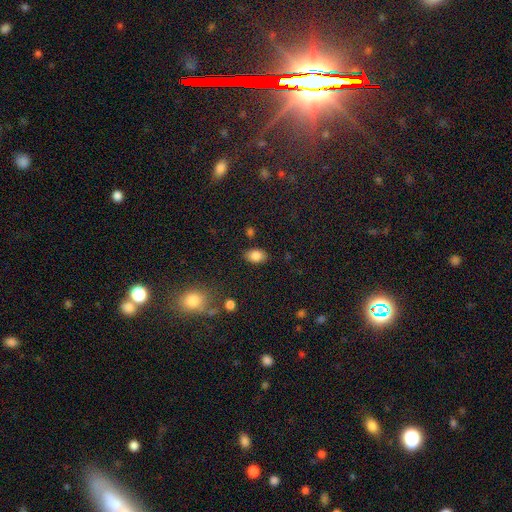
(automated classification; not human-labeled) smooth_or_featured: smooth (p=0.85) [alt: star or artifact p=0.09]
how_rounded: in between (p=0.85) [alt: round p=0.14]
merging: none (p=0.84) [alt: minor disturbance p=0.11]